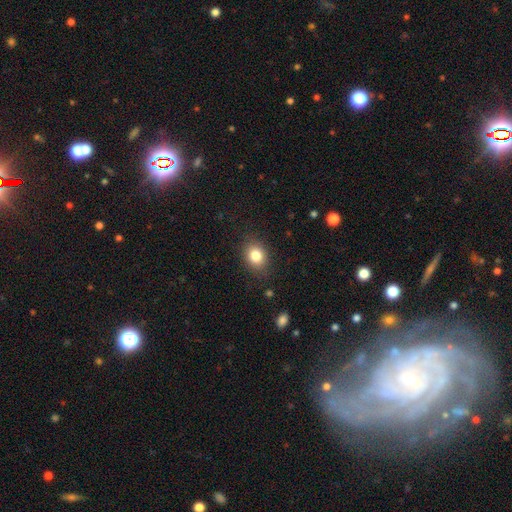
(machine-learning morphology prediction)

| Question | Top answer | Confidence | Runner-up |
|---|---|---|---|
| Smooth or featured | smooth | 82% | star or artifact (10%) |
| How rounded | round | 53% | in between (46%) |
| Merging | none | 85% | minor disturbance (11%) |